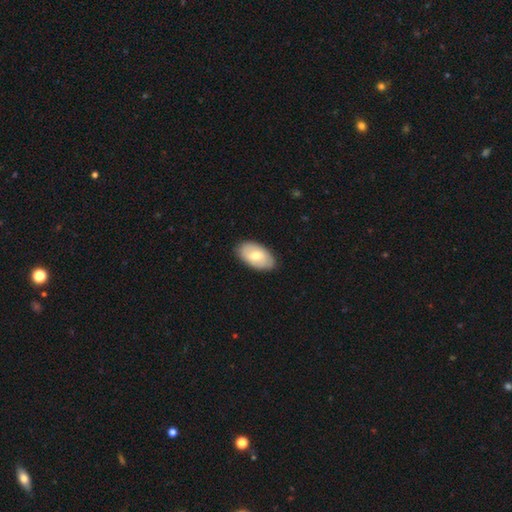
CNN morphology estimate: Smooth or featured? Predicted: smooth (p=0.66). How rounded? Predicted: in between (p=0.94). Merging? Predicted: none (p=0.86).